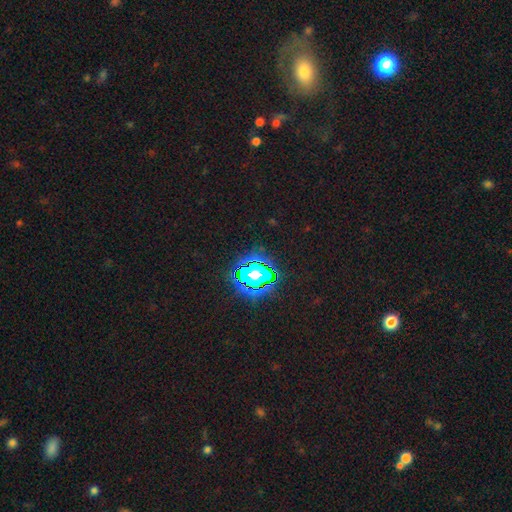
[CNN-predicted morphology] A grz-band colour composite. It shows a star or artifact, not a galaxy (80%).